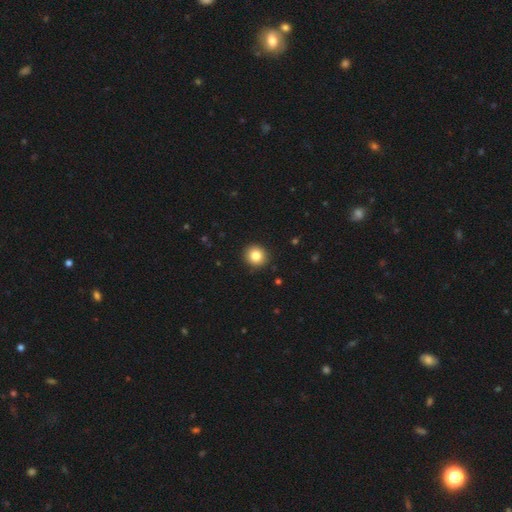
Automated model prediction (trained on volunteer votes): Smooth or featured? smooth (84%)
How rounded? round (89%)
Merging? none (92%)